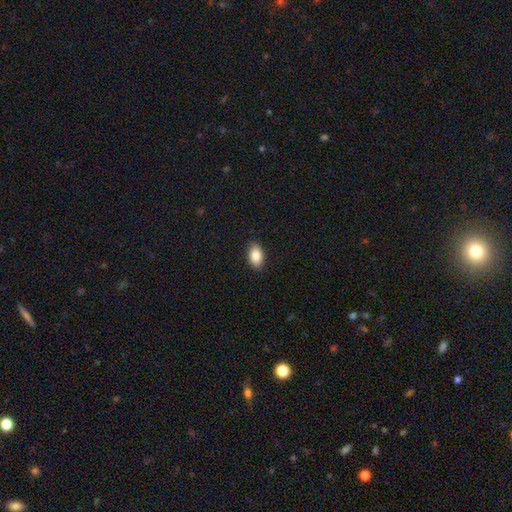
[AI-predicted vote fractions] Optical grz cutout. It shows a smooth galaxy with no disk features (87%) that is in between round and cigar-shaped (91%). Merging: none (88%).